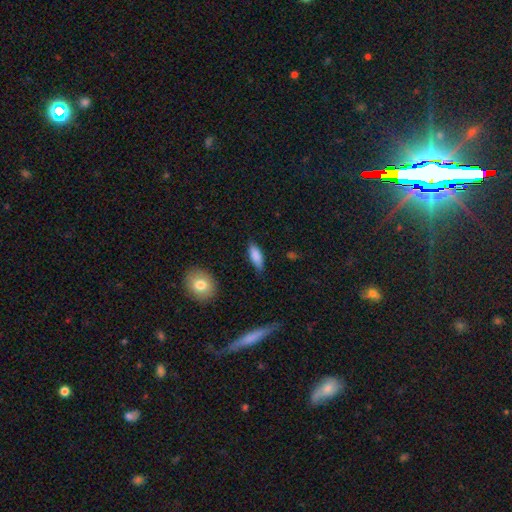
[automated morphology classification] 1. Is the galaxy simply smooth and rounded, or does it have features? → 85% smooth, 9% featured or disk, 6% star or artifact.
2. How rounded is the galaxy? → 69% in between, 29% cigar-shaped, 2% round.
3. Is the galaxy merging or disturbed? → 76% none, 19% minor disturbance, 3% major disturbance, 2% merger.